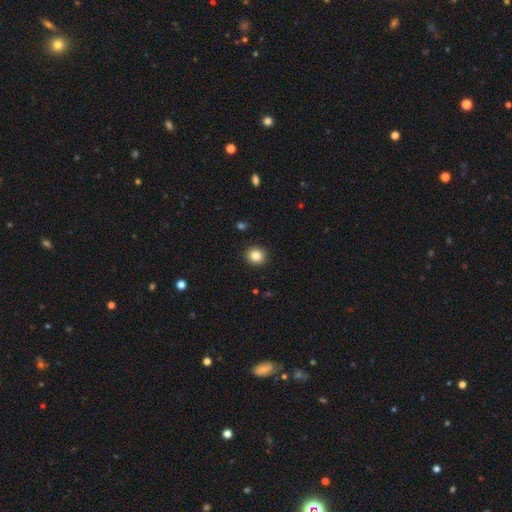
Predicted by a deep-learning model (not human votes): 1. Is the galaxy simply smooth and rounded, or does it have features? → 84% smooth, 10% star or artifact, 5% featured or disk.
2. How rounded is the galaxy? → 83% round, 16% in between, 1% cigar-shaped.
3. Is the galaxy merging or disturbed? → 92% none, 5% minor disturbance, 2% major disturbance, 1% merger.